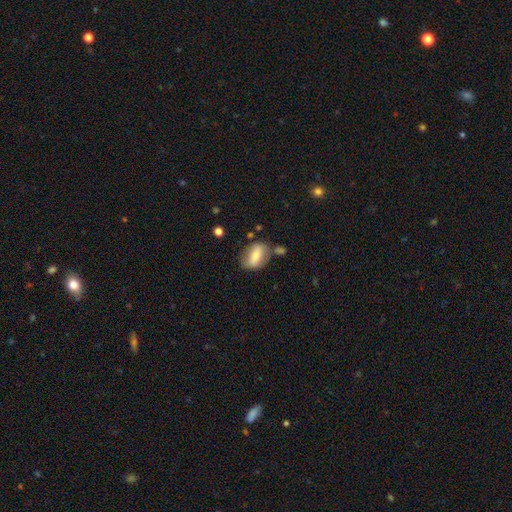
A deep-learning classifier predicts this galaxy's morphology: Smooth or featured? smooth (64%)
How rounded? in between (82%)
Merging? none (58%)